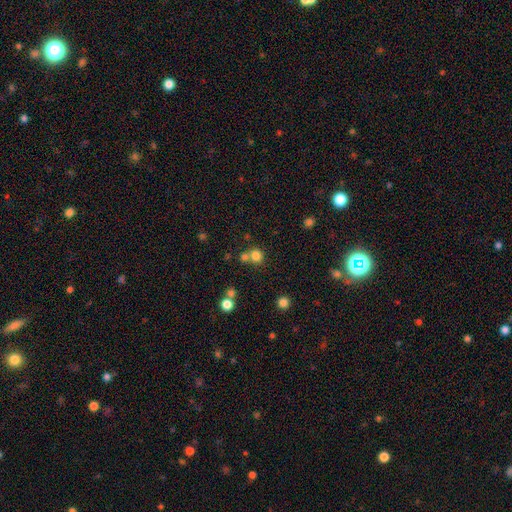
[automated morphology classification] A smooth galaxy with no disk features (78%) that is round (89%). Merging: none (59%).